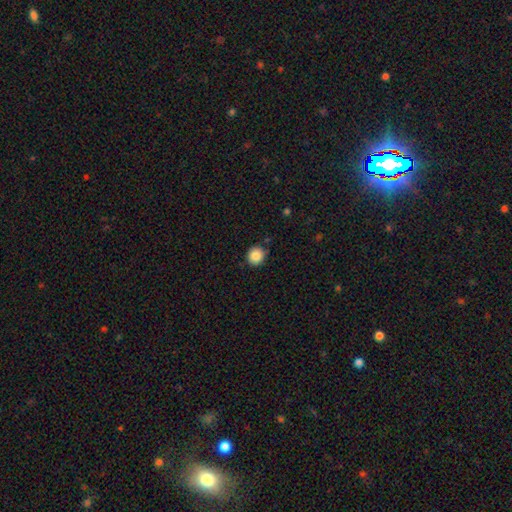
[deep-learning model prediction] This is clearly a smooth galaxy (87%). How rounded: clearly round (91%). Merging: clearly none (84%).